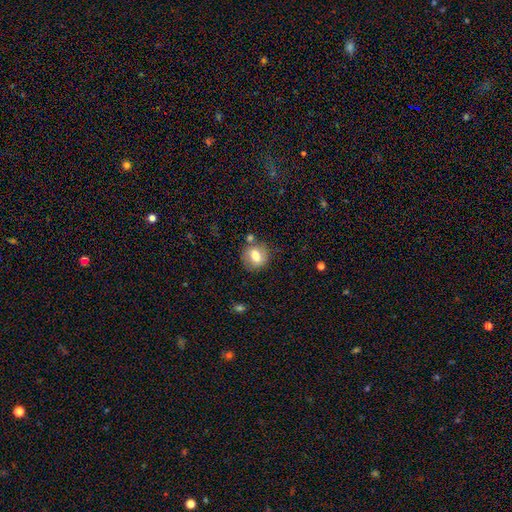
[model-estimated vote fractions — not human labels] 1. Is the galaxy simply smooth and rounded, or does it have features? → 69% smooth, 22% featured or disk, 9% star or artifact.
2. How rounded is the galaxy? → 72% round, 27% in between, 1% cigar-shaped.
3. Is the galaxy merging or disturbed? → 72% none, 14% minor disturbance, 9% merger, 4% major disturbance.